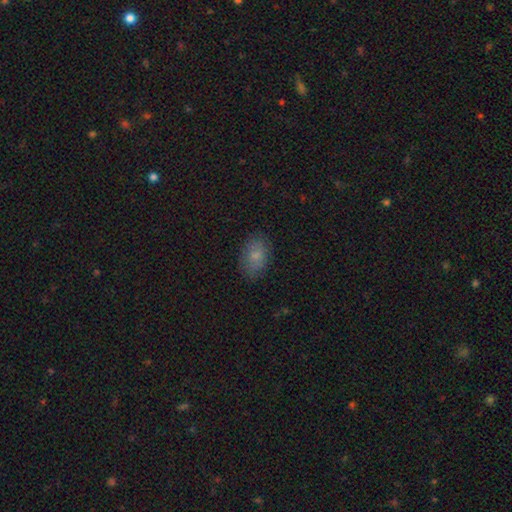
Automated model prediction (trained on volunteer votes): Morphology: type=smooth (80%); roundness=in between (87%); merging=none (82%).